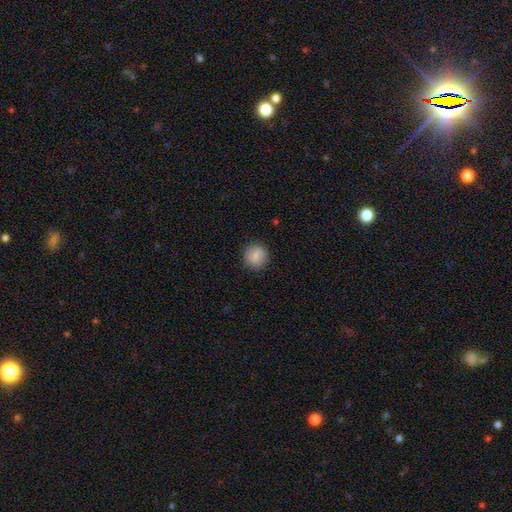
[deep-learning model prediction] smooth_or_featured: smooth (p=0.79) [alt: featured or disk p=0.14]
how_rounded: round (p=0.90) [alt: in between p=0.09]
merging: none (p=0.88) [alt: minor disturbance p=0.08]